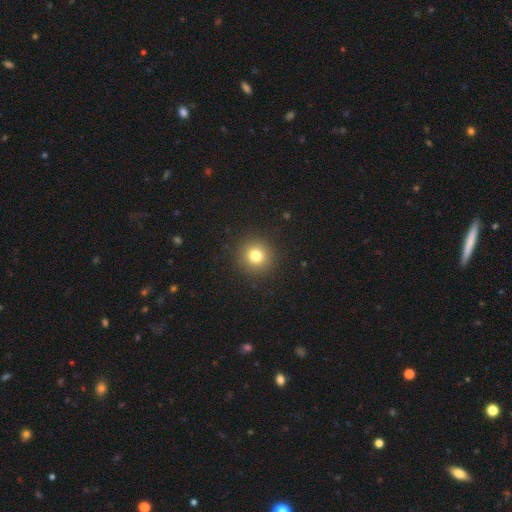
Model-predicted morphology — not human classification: type=smooth (79%); roundness=round (94%); merging=none (92%).